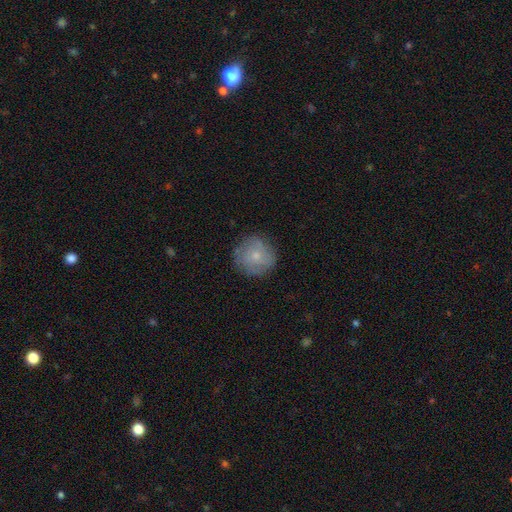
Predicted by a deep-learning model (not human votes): Smooth or featured? Predicted: smooth (p=0.56). How rounded? Predicted: round (p=0.91). Merging? Predicted: none (p=0.79).